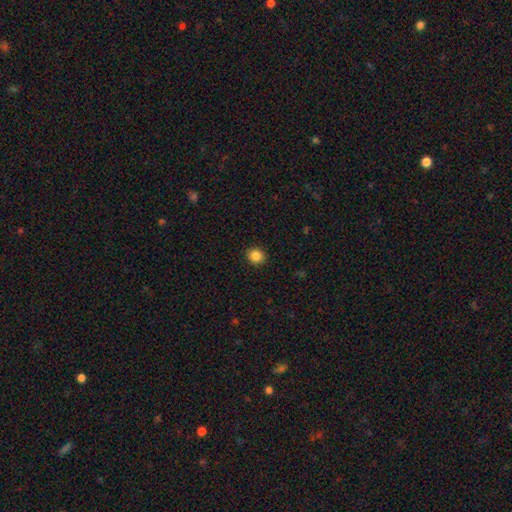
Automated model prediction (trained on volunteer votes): This is clearly a smooth galaxy (85%). How rounded: clearly round (84%). Merging: clearly none (91%).